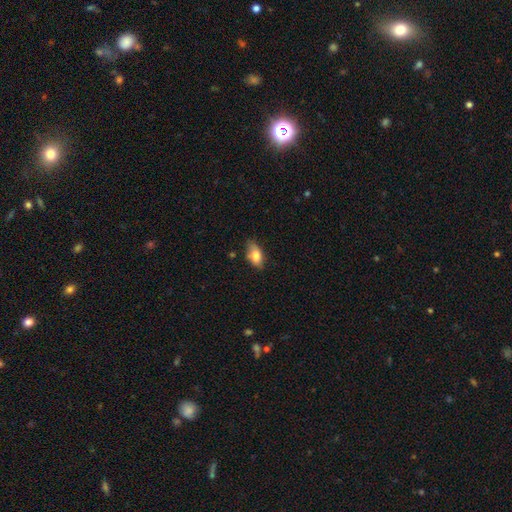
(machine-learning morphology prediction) smooth_or_featured: smooth (p=0.80) [alt: featured or disk p=0.13]
how_rounded: in between (p=0.90) [alt: round p=0.05]
merging: none (p=0.66) [alt: minor disturbance p=0.27]